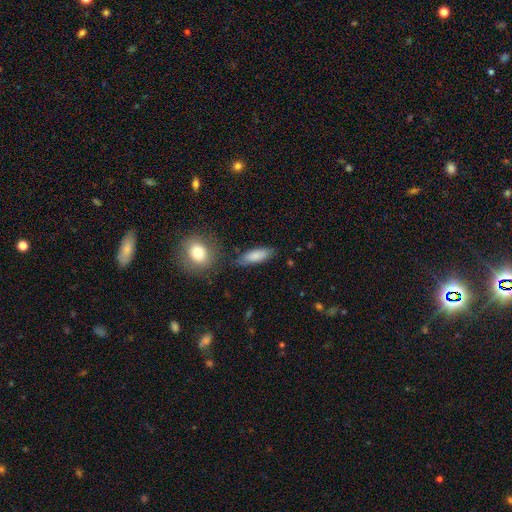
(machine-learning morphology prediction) Smooth or featured: smooth — 83% (featured or disk — 10%)
How rounded: in between — 66% (cigar-shaped — 31%)
Merging: none — 73% (minor disturbance — 16%)